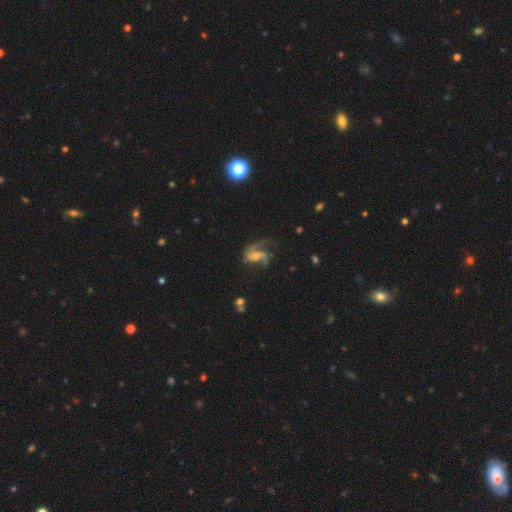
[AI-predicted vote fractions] A featured or disk galaxy (80%) with a weak bar (41%, tied with no), 2 (57%) loose (47%) spiral arms (92%) and a small central bulge (47%). Merging: none (44%).